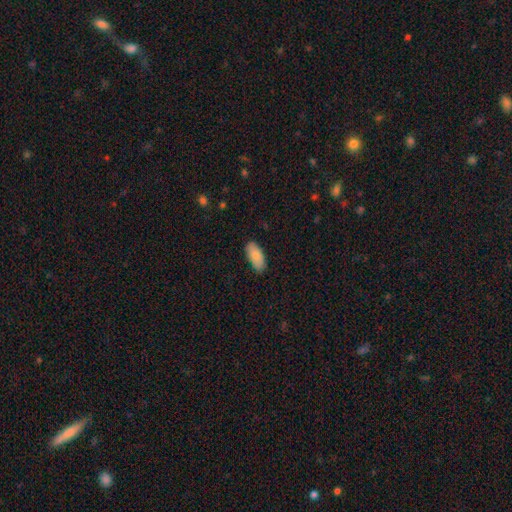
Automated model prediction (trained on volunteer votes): smooth 85%, featured or disk 9%, star or artifact 6%. Down the decision tree: how rounded — in between (91%); merging — none (86%).